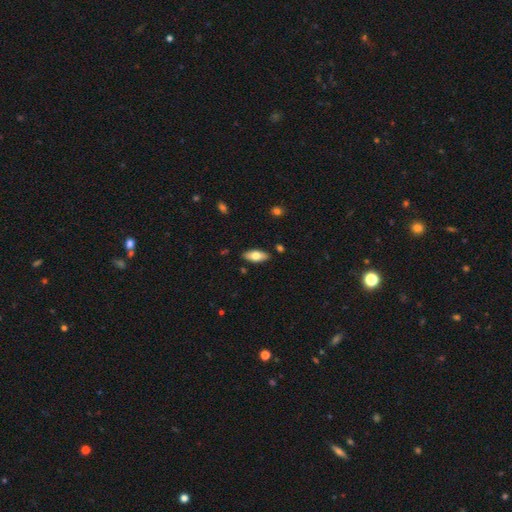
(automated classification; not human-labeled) Smooth or featured? Predicted: smooth (p=0.69). How rounded? Predicted: in between (p=0.82). Merging? Predicted: none (p=0.86).